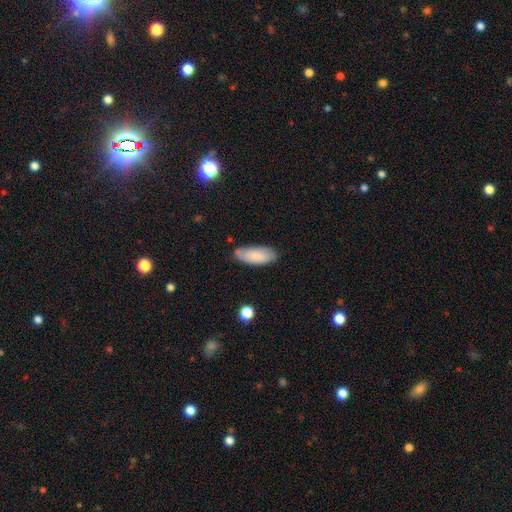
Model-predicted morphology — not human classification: Smooth or featured: smooth — 80% (featured or disk — 14%)
How rounded: in between — 83% (cigar-shaped — 16%)
Merging: none — 73% (minor disturbance — 20%)